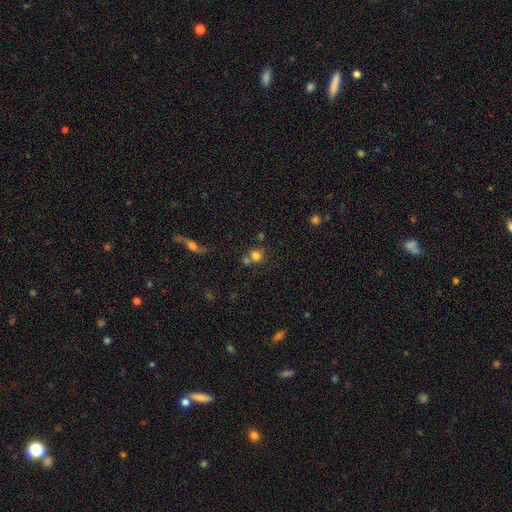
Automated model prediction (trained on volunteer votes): smooth_or_featured: smooth (p=0.76) [alt: star or artifact p=0.13]
how_rounded: round (p=0.87) [alt: in between p=0.12]
merging: none (p=0.55) [alt: merger p=0.32]